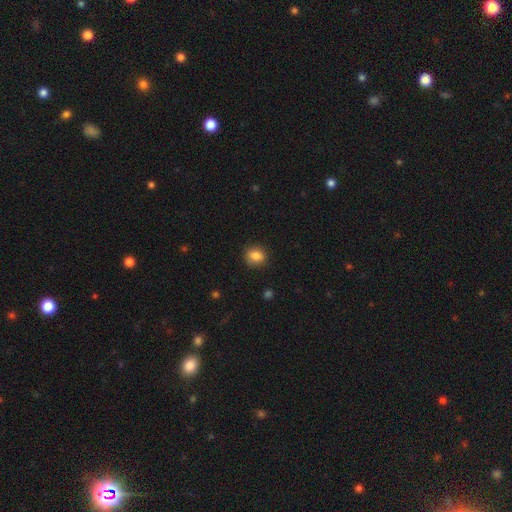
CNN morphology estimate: This is clearly a smooth galaxy (85%). How rounded: likely round (64%). Merging: clearly none (86%).